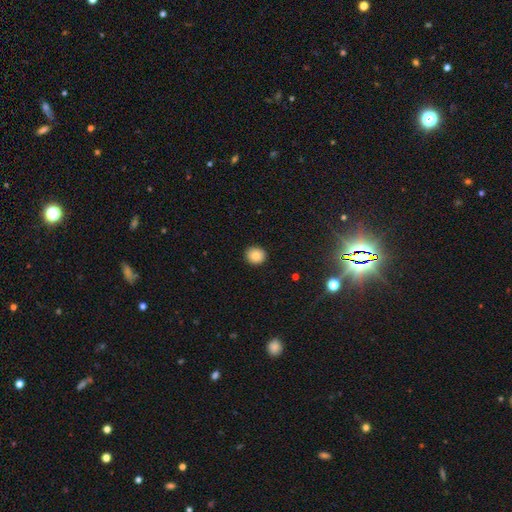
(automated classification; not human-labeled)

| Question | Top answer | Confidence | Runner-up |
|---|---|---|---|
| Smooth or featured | smooth | 85% | star or artifact (9%) |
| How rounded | round | 85% | in between (14%) |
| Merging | none | 91% | minor disturbance (7%) |